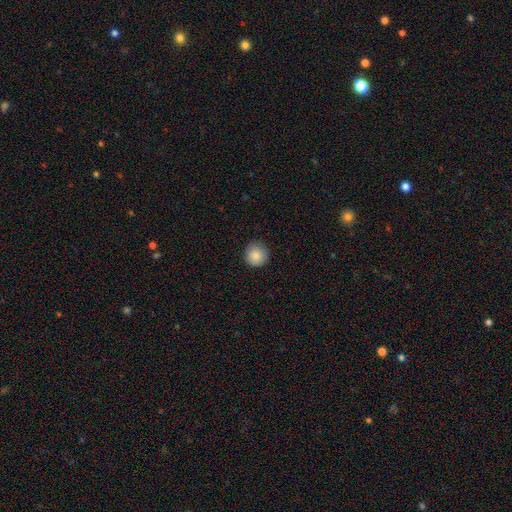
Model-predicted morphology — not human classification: The model was most divided on "smooth or featured": smooth: 86%, star or artifact: 9%, featured or disk: 5%. More confident: how rounded — round (94%); merging — none (88%).